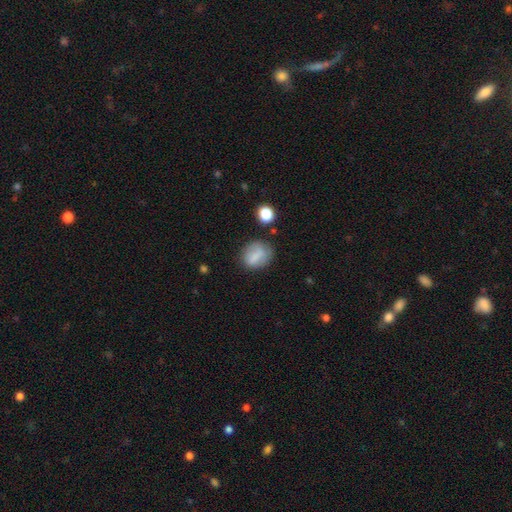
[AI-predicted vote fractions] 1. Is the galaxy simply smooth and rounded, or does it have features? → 75% smooth, 16% featured or disk, 9% star or artifact.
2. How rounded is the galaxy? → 56% in between, 42% round, 2% cigar-shaped.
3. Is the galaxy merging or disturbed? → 66% none, 23% minor disturbance, 7% major disturbance, 4% merger.